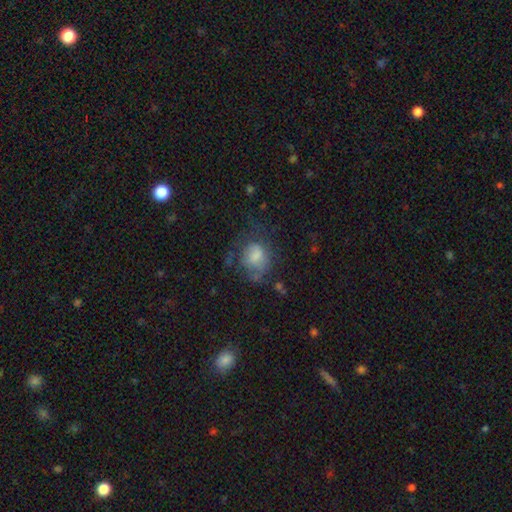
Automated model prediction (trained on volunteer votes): smooth-or-featured: smooth: 57% | featured or disk: 29% | star or artifact: 14%
  how-rounded: round: 52% | in between: 47% | cigar-shaped: 1%
  merging: none: 44% | major disturbance: 27% | minor disturbance: 25% | merger: 4%